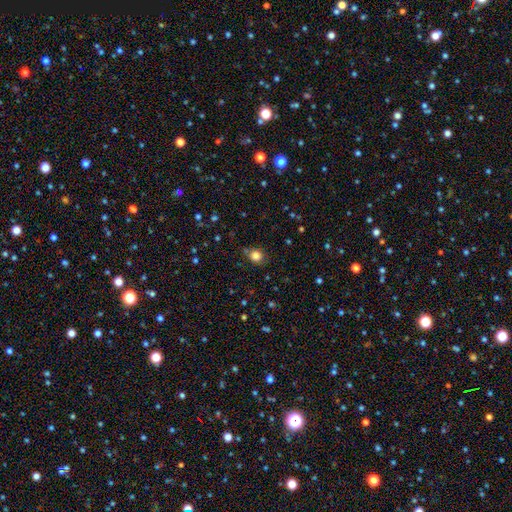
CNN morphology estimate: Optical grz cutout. It shows a smooth galaxy with no disk features (81%) that is round (74%). Merging: none (74%).